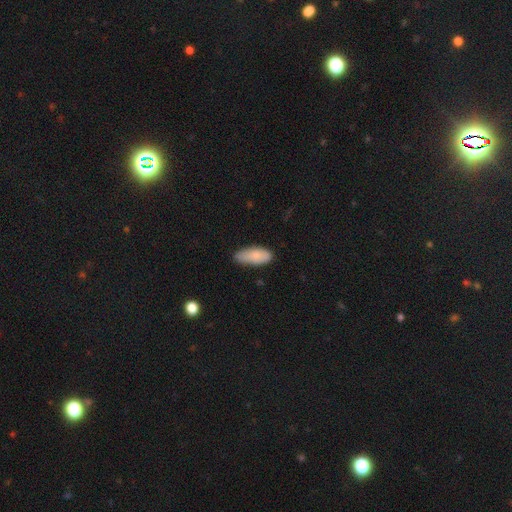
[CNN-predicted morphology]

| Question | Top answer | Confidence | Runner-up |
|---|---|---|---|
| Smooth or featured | smooth | 82% | featured or disk (12%) |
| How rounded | in between | 83% | cigar-shaped (15%) |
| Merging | none | 65% | minor disturbance (29%) |